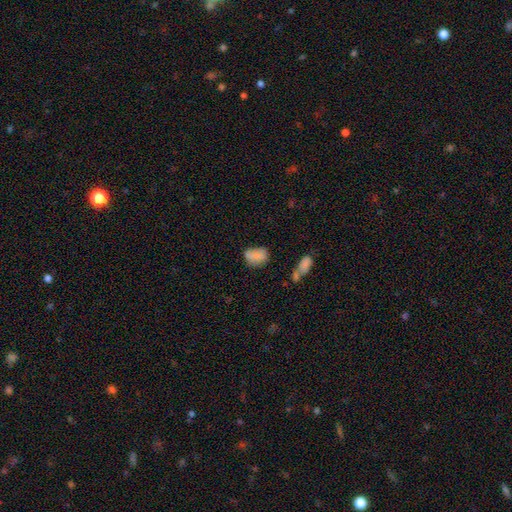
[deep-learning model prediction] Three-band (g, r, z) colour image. It shows a smooth galaxy with no disk features (80%) that is in between round and cigar-shaped (80%). Merging: none (51%).